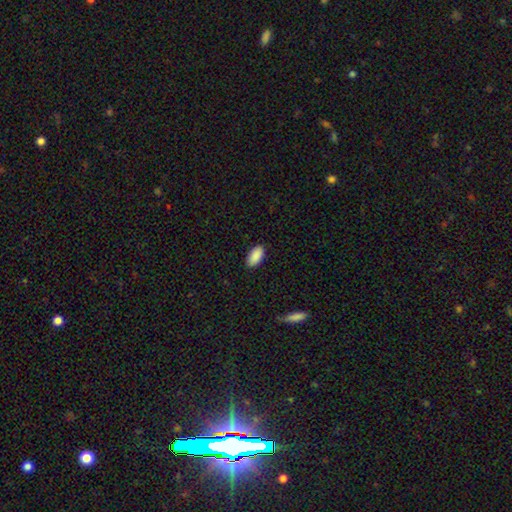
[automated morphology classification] The model was most divided on "merging": none: 88%, minor disturbance: 9%, major disturbance: 2%, merger: 1%. More confident: how rounded — in between (94%); smooth or featured — smooth (90%).